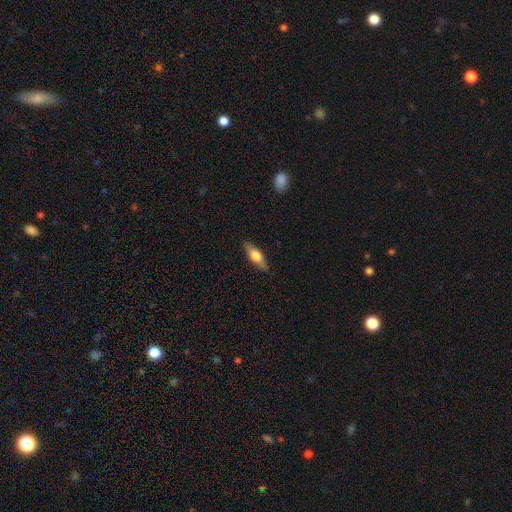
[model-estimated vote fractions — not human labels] The model was most divided on "how rounded": in between: 57%, cigar-shaped: 40%, round: 3%. More confident: merging — none (86%); smooth or featured — smooth (60%).